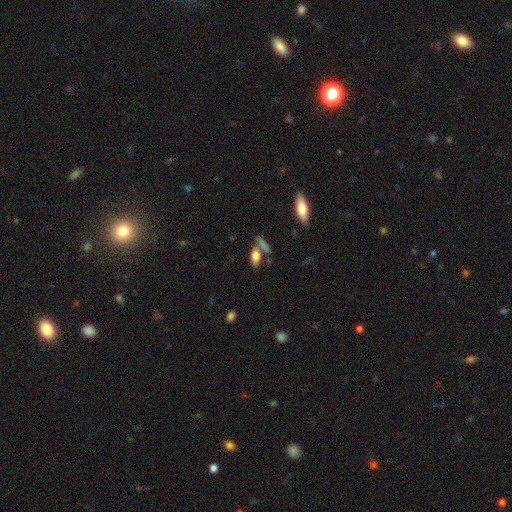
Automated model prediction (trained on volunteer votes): Smooth or featured: smooth — 74% (featured or disk — 16%)
How rounded: in between — 78% (cigar-shaped — 16%)
Merging: none — 54% (merger — 27%)